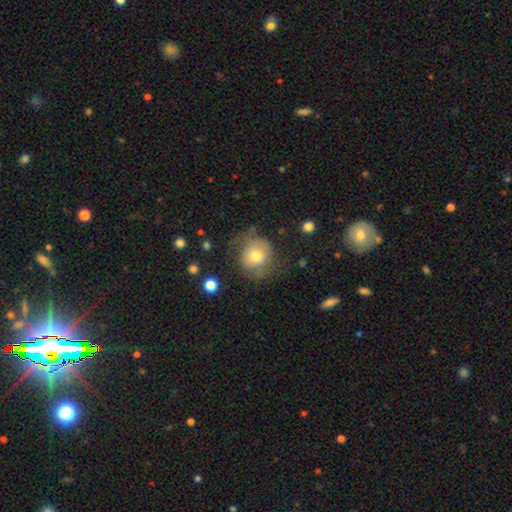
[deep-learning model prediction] Q: Smooth or featured?
A: smooth (69%); runner-up: featured or disk (22%)
Q: How rounded?
A: round (82%); runner-up: in between (17%)
Q: Merging?
A: none (57%); runner-up: minor disturbance (24%)